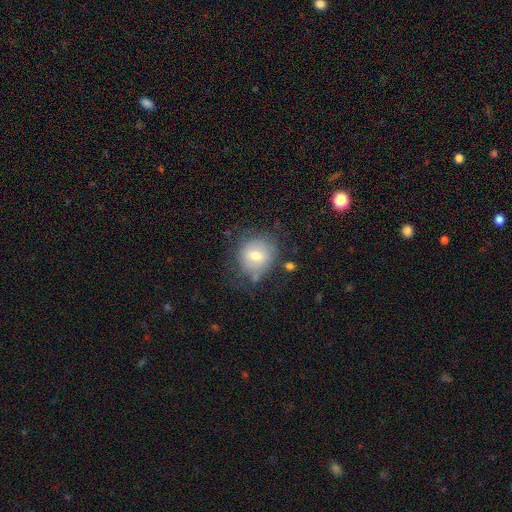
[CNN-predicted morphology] A smooth galaxy with no disk features (68%) that is round (84%).

Vote fractions:
- Smooth or featured? smooth: 68% / featured or disk: 23% / star or artifact: 10%
- How rounded? round: 84% / in between: 15% / cigar-shaped: 1%
- Merging? none: 65% / minor disturbance: 22% / major disturbance: 9% / merger: 4%